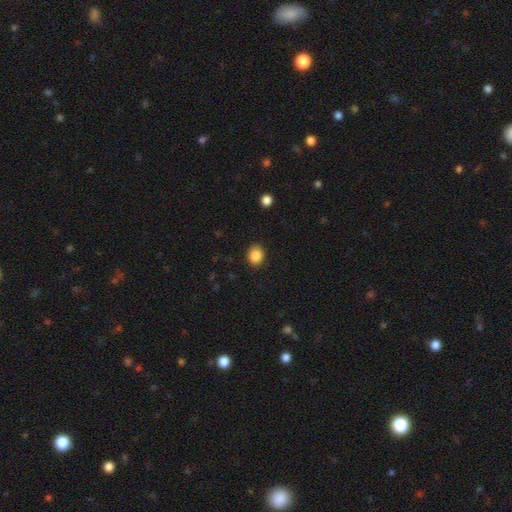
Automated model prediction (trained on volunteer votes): The model was most divided on "how rounded": round: 70%, in between: 29%, cigar-shaped: 1%. More confident: merging — none (88%); smooth or featured — smooth (87%).